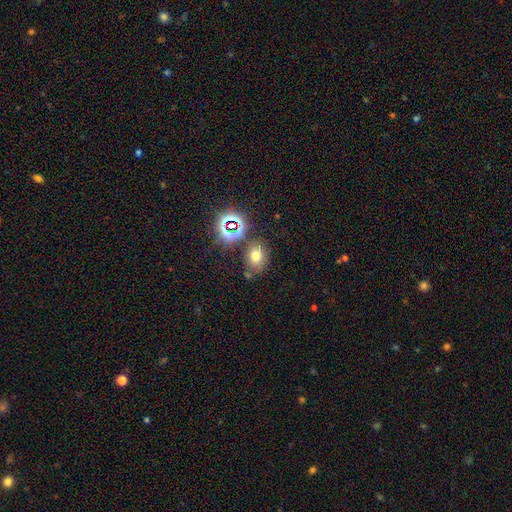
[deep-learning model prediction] Smooth or featured?
  - smooth: 64% *
  - star or artifact: 25%
  - featured or disk: 12%
How rounded?
  - in between: 63% *
  - round: 36%
  - cigar-shaped: 1%
Merging?
  - none: 71% *
  - minor disturbance: 14%
  - merger: 10%
  - major disturbance: 5%